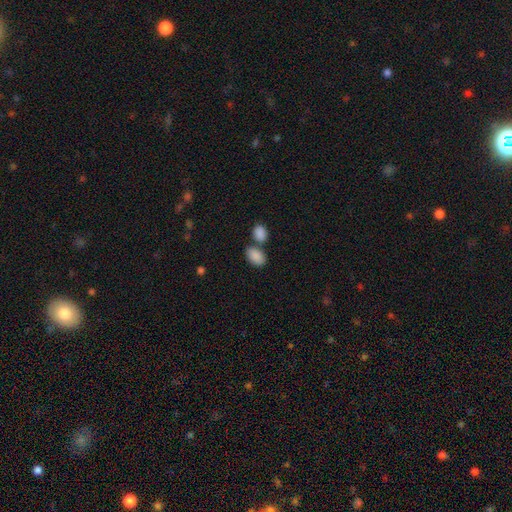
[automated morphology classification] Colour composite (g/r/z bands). It shows a smooth galaxy with no disk features (88%) that is in between round and cigar-shaped (89%). Merging: none (55%).